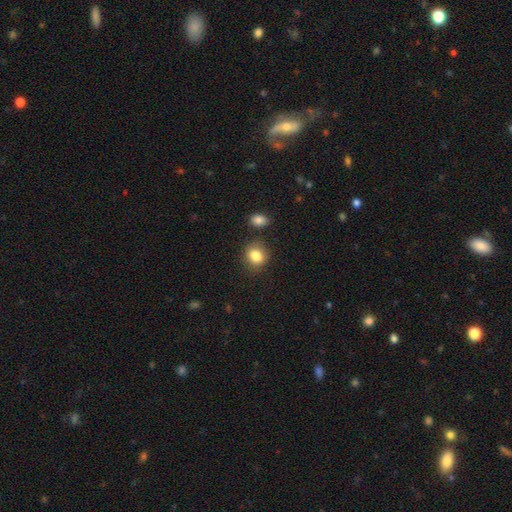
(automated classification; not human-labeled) smooth-or-featured: smooth: 85% | star or artifact: 9% | featured or disk: 6%
  how-rounded: round: 64% | in between: 35% | cigar-shaped: 1%
  merging: none: 80% | minor disturbance: 12% | merger: 5% | major disturbance: 3%